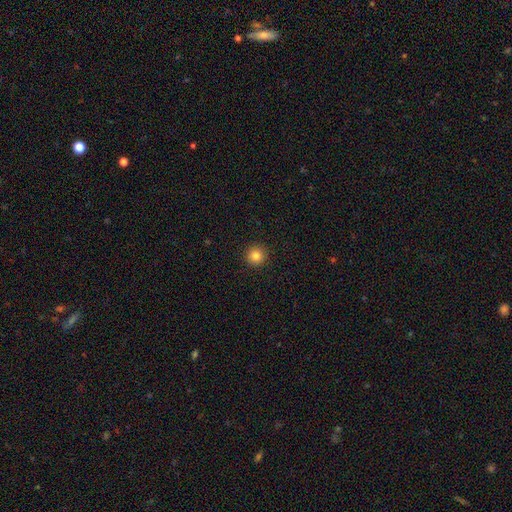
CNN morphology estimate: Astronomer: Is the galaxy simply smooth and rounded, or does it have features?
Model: smooth — 83%.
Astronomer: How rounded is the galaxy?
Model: round — 95%.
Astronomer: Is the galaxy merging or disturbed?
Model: none — 93%.